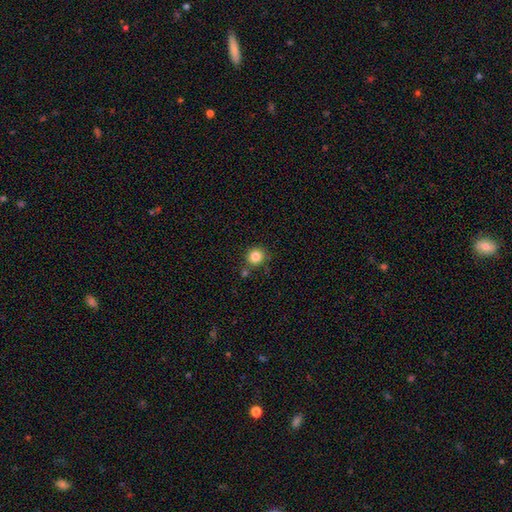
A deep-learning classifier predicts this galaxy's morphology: type=smooth (84%); roundness=round (91%); merging=none (80%).